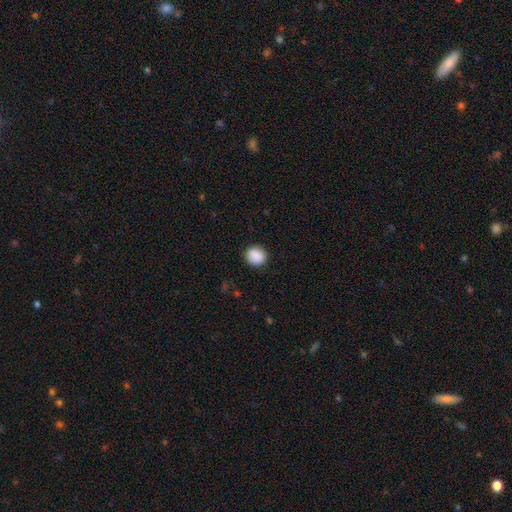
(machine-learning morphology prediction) A smooth galaxy with no disk features (89%) that is round (85%). Merging: none (90%).